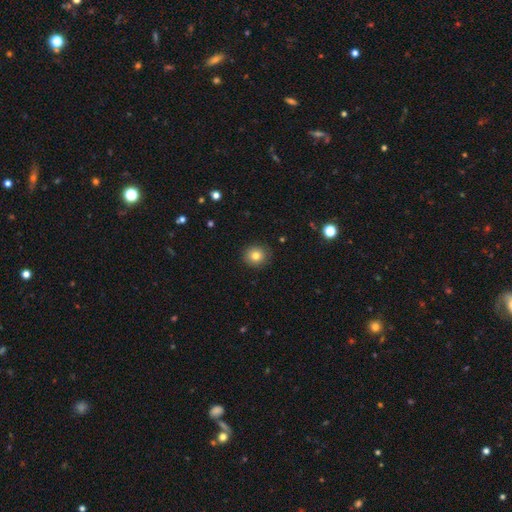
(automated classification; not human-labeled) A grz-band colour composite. It shows a smooth galaxy with no disk features (80%) that is round (89%). Merging: none (89%).